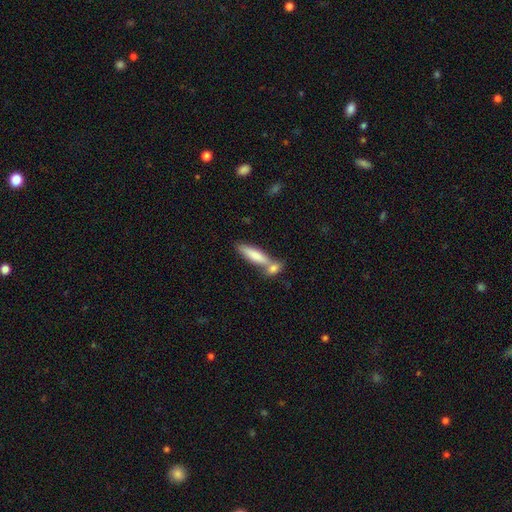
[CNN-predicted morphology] A smooth galaxy with no disk features (77%) that is cigar-shaped (64%). Merging: merger (44%).